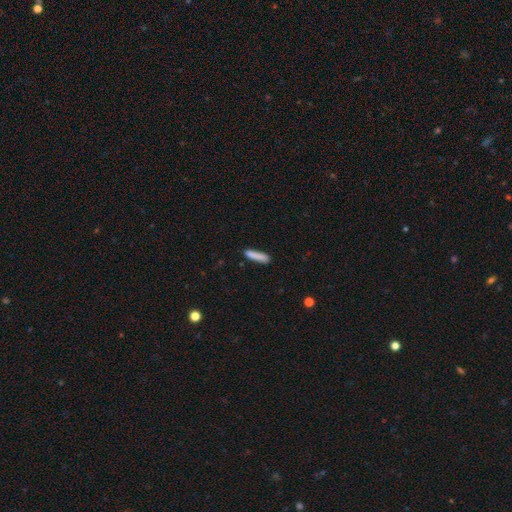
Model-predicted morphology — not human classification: Smooth or featured? Predicted: smooth (p=0.85). How rounded? Predicted: cigar-shaped (p=0.85). Merging? Predicted: none (p=0.84).